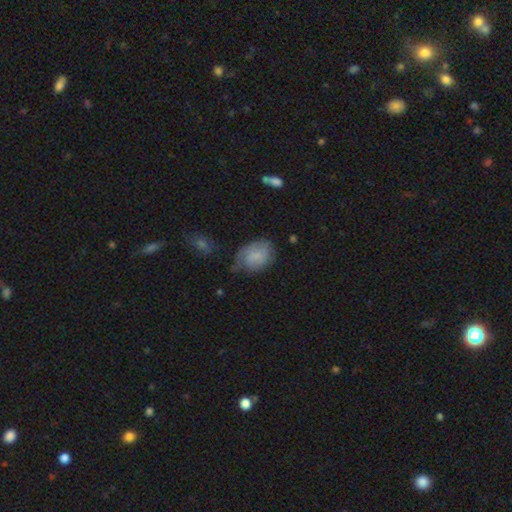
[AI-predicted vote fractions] Smooth or featured? smooth (61%)
How rounded? in between (73%)
Merging? none (50%)